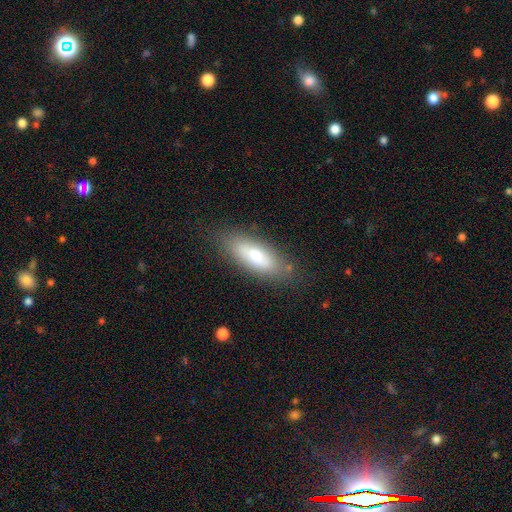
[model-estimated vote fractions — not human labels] Smooth or featured? smooth (68%)
How rounded? in between (66%)
Merging? none (82%)